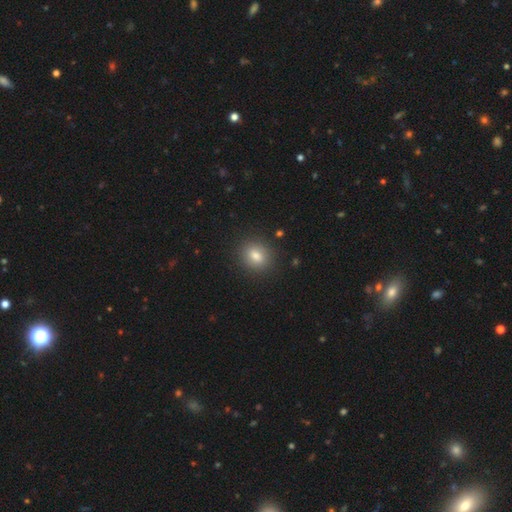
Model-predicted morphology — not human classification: A smooth galaxy with no disk features (80%) that is round (58%).

Vote fractions:
- Smooth or featured? smooth: 80% / star or artifact: 11% / featured or disk: 9%
- How rounded? round: 58% / in between: 40% / cigar-shaped: 1%
- Merging? none: 89% / minor disturbance: 7% / major disturbance: 2% / merger: 1%